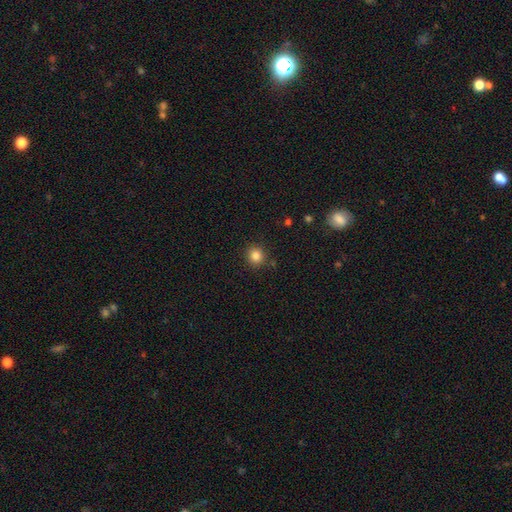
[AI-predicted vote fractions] smooth 84%, star or artifact 12%, featured or disk 4%. Down the decision tree: how rounded — round (90%); merging — none (88%).